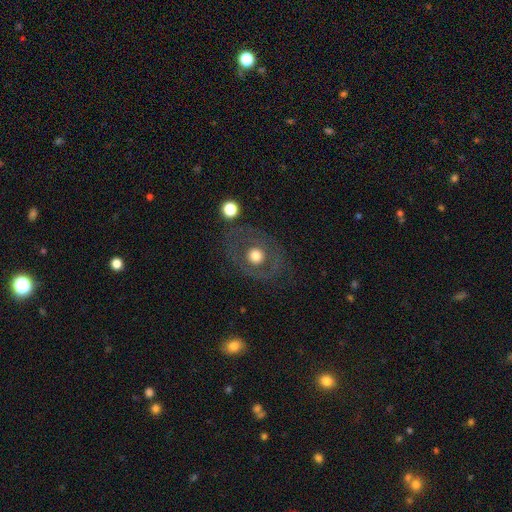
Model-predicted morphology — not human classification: This is possibly a smooth galaxy (52%). How rounded: likely round (72%). Merging: likely none (78%).